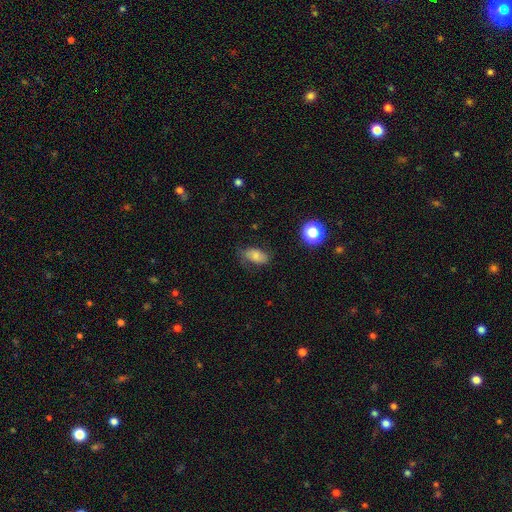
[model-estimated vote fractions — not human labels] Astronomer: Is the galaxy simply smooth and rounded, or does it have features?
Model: smooth — 74%.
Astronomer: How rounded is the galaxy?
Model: in between — 89%.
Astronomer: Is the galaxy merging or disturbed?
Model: none — 64%.